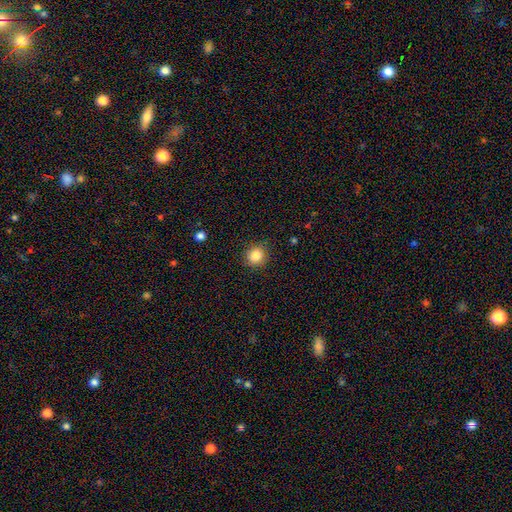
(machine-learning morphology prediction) type=smooth (85%); roundness=round (85%); merging=none (87%).